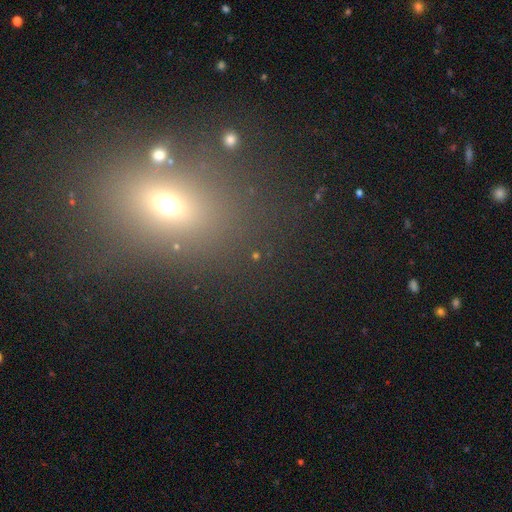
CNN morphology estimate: This appears to be a star or artifact, not a galaxy (46%).